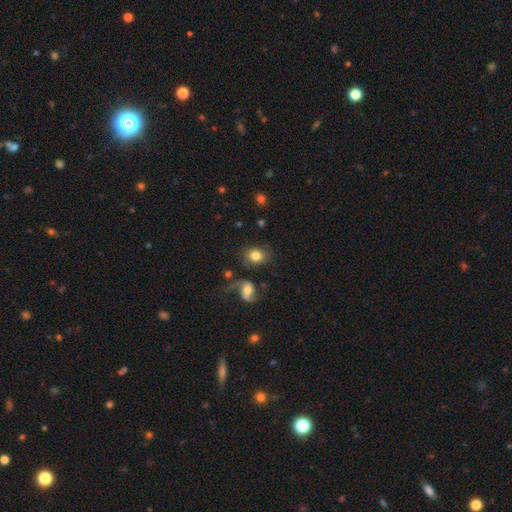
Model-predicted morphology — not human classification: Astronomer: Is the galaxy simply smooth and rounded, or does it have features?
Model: smooth — 77%.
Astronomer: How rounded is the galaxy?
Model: round — 57% (runner-up: in between, 41%).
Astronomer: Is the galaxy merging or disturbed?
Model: none — 70%.